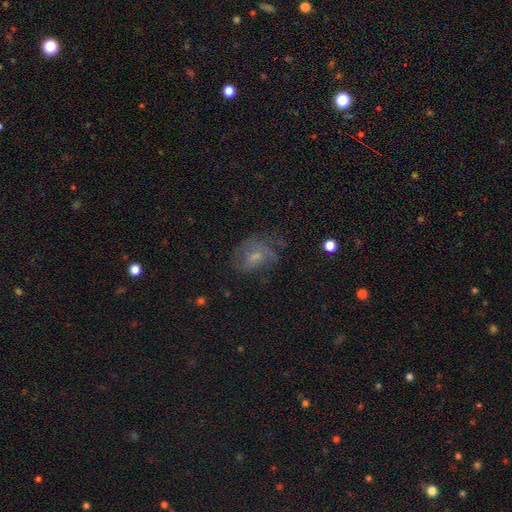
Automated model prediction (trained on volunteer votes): Smooth or featured? featured or disk (46%)
Merging? none (42%)